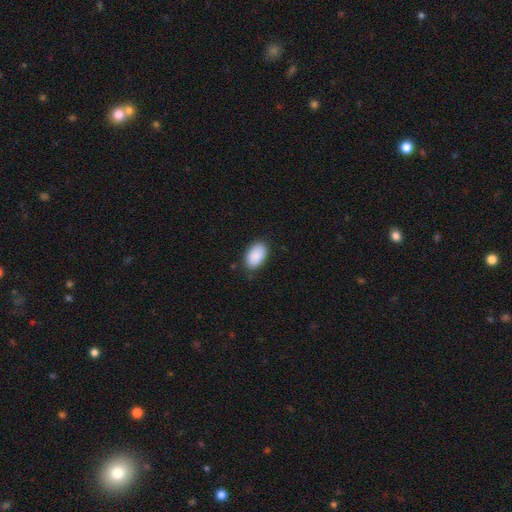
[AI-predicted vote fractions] Overall: smooth (91%). How rounded: in between (94%). Merging: none (84%).